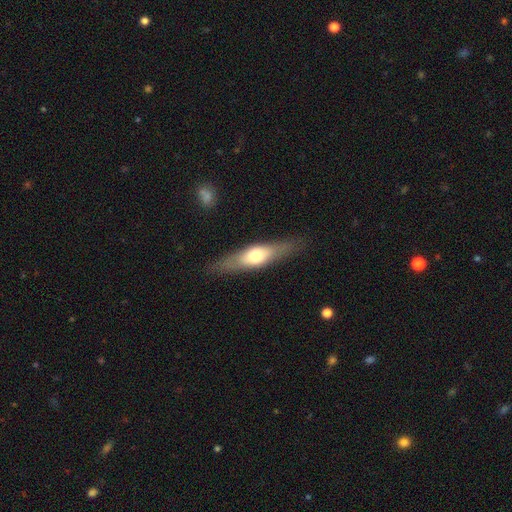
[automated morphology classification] The model was most divided on "smooth or featured": smooth: 49%, featured or disk: 45%, star or artifact: 6%. More confident: merging — none (84%).